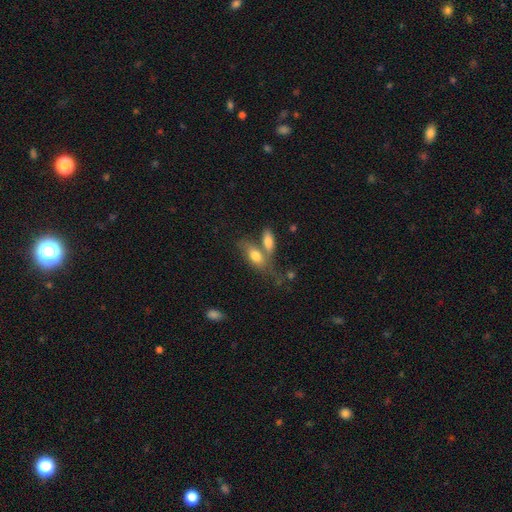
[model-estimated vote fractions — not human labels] smooth-or-featured: smooth: 41% | featured or disk: 35% | star or artifact: 23%
  merging: merger: 42% | none: 36% | minor disturbance: 12% | major disturbance: 10%